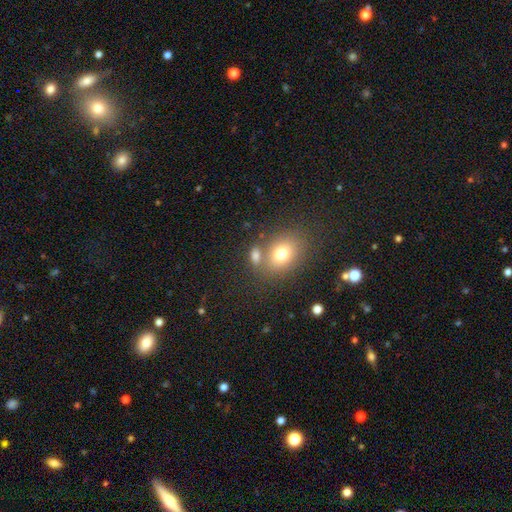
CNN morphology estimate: Overall: smooth (76%). How rounded: in between (68%; round 30%). Merging: none (56%; merger 29%).